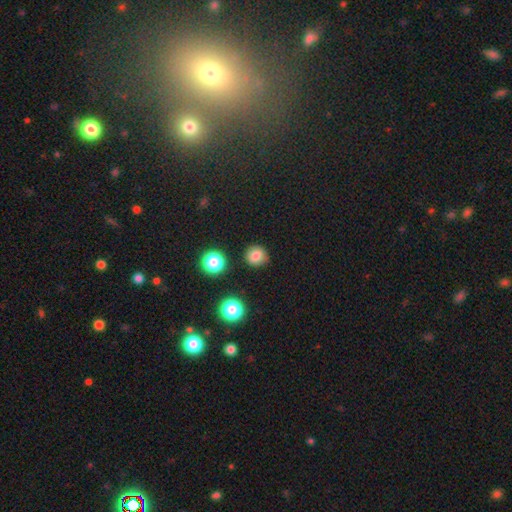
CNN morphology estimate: Smooth or featured? smooth (82%)
How rounded? round (92%)
Merging? none (88%)